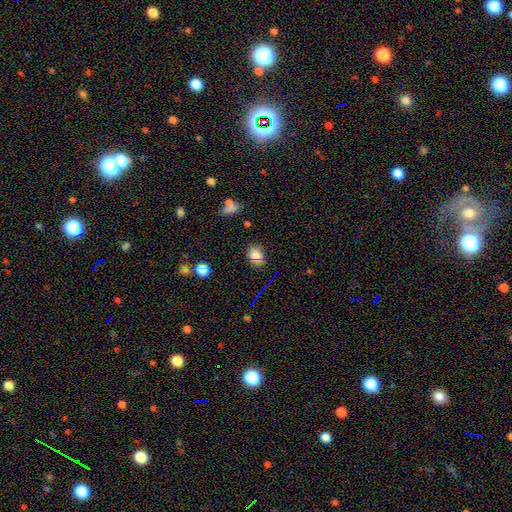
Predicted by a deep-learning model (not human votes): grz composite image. It shows a smooth galaxy with no disk features (71%) that is in between round and cigar-shaped (53%). Merging: none (78%).